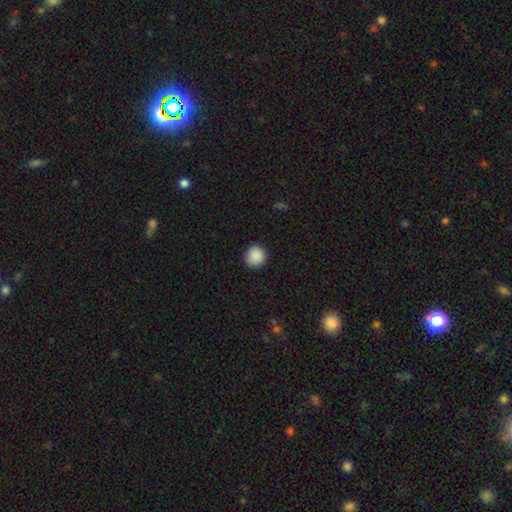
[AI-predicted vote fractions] A smooth galaxy with no disk features (89%) that is round (93%). Merging: none (89%).